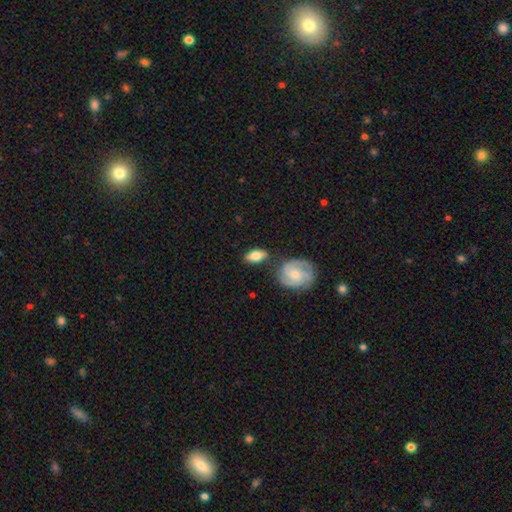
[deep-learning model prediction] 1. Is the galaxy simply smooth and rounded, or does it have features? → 62% smooth, 32% featured or disk, 6% star or artifact.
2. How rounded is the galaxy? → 84% in between, 9% cigar-shaped, 7% round.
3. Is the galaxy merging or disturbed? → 68% none, 16% minor disturbance, 11% merger, 4% major disturbance.